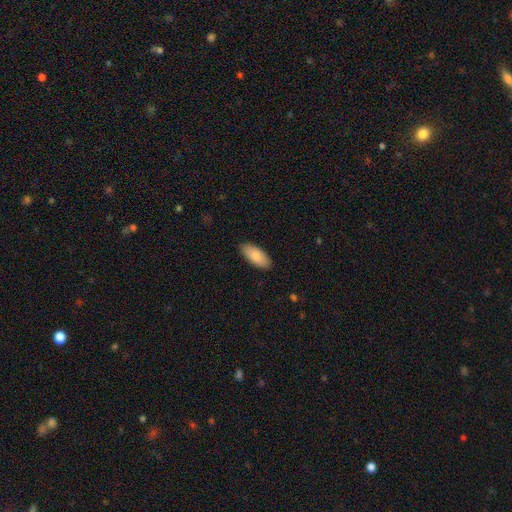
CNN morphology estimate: smooth-or-featured: smooth: 86% | featured or disk: 8% | star or artifact: 5%
  how-rounded: in between: 89% | cigar-shaped: 9% | round: 2%
  merging: none: 88% | minor disturbance: 9% | major disturbance: 2% | merger: 1%